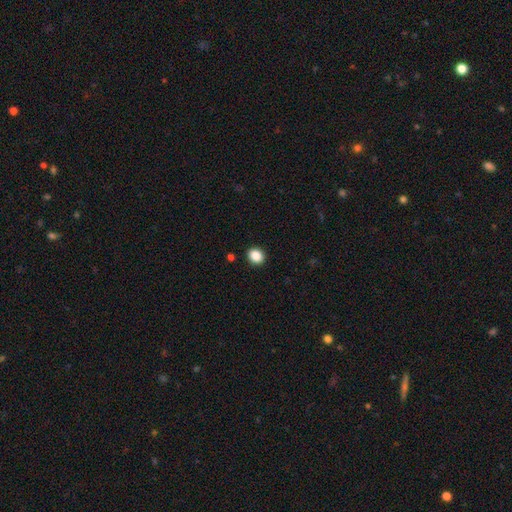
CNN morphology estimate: smooth-or-featured: smooth: 87% | star or artifact: 10% | featured or disk: 3%
  how-rounded: round: 70% | in between: 29% | cigar-shaped: 1%
  merging: none: 92% | minor disturbance: 5% | major disturbance: 2% | merger: 1%